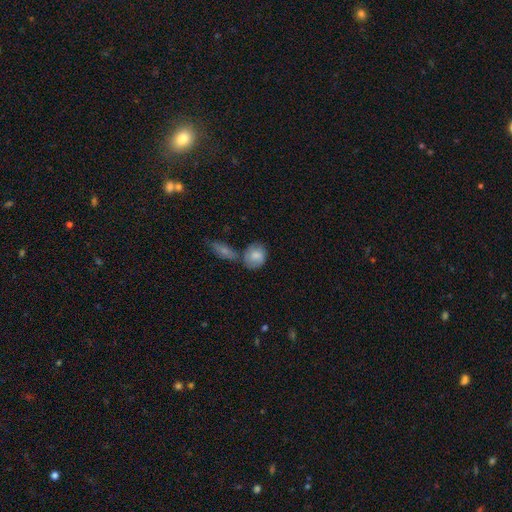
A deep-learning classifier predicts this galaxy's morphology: Smooth or featured? Predicted: smooth (p=0.80). How rounded? Predicted: round (p=0.56). Merging? Predicted: none (p=0.49).